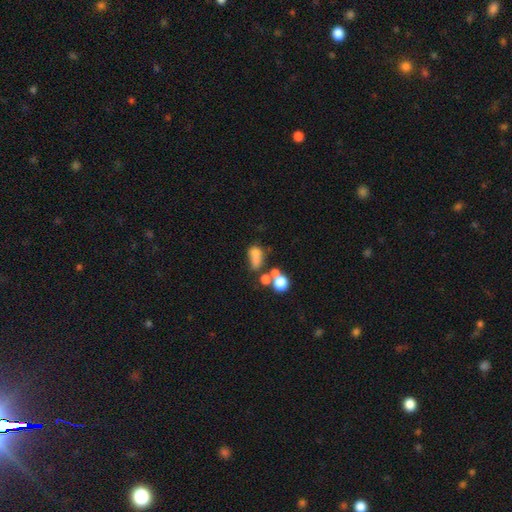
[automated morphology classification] This appears to be a smooth galaxy with no disk features (63%) that is in between round and cigar-shaped (66%). Merging: merger (40%).